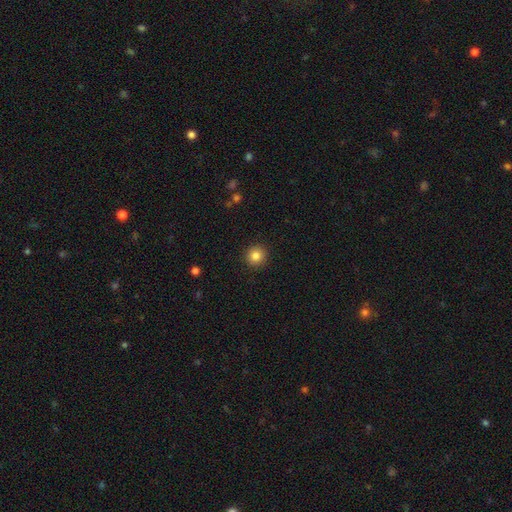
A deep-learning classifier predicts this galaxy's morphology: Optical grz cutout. It shows a smooth galaxy with no disk features (84%) that is round (94%). Merging: none (92%).